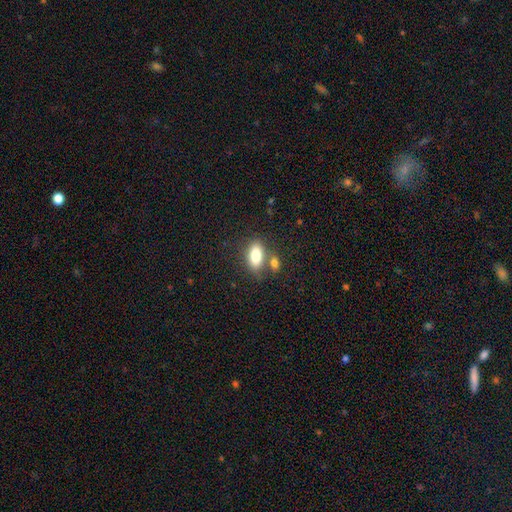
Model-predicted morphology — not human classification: The model was most divided on "merging": none: 63%, merger: 22%, minor disturbance: 12%, major disturbance: 4%. More confident: how rounded — in between (86%); smooth or featured — smooth (80%).